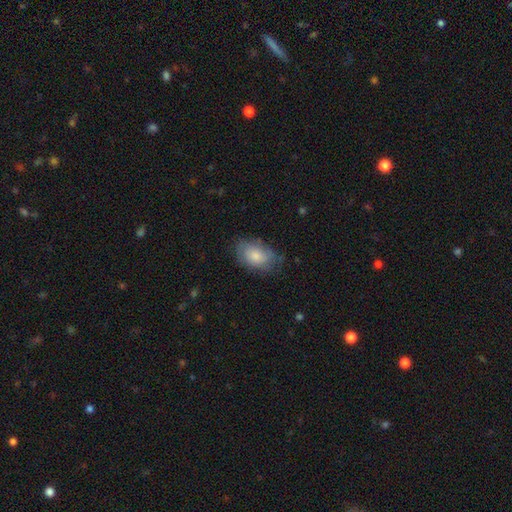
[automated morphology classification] Smooth or featured: smooth — 73% (featured or disk — 21%)
How rounded: in between — 89% (round — 10%)
Merging: none — 66% (minor disturbance — 25%)